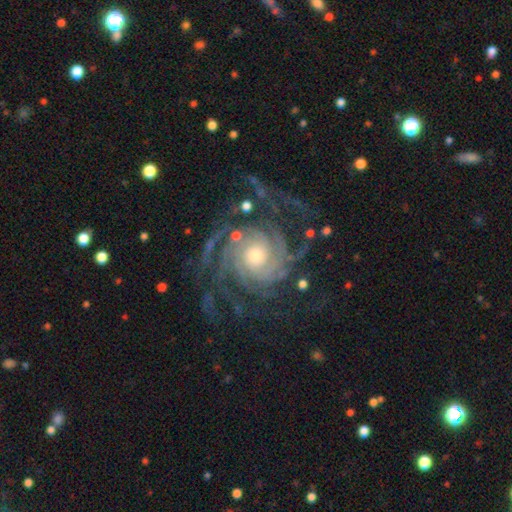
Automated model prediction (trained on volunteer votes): Smooth or featured: featured or disk — 92% (star or artifact — 5%)
Edge-on disk: no — 98% (yes — 2%)
Bar: no — 76% (weak — 17%)
Spiral arms: yes — 98% (no — 2%)
Spiral winding: tight — 70% (medium — 24%)
Spiral arm count: 4 — 25% (more than 4 — 20%)
Bulge size: moderate — 50% (small — 39%)
Merging: none — 68% (major disturbance — 16%)